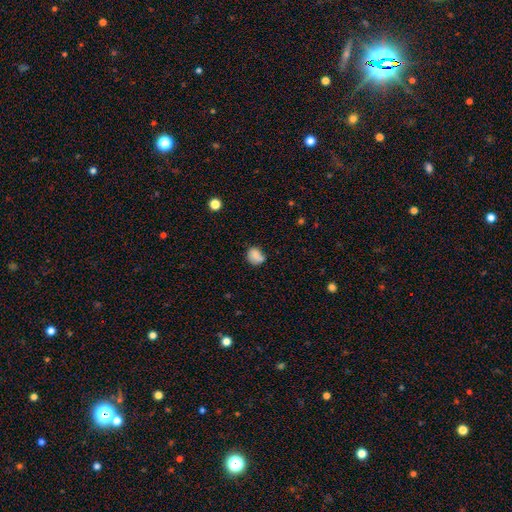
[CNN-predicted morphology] Smooth or featured: smooth — 78% (featured or disk — 12%)
How rounded: round — 58% (in between — 41%)
Merging: none — 56% (minor disturbance — 27%)